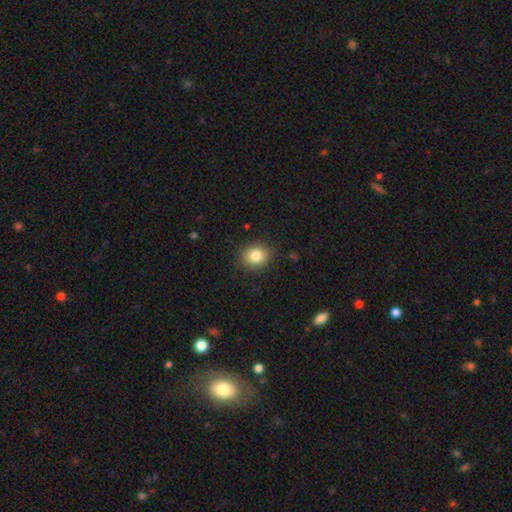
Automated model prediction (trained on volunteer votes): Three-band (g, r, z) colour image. It shows a smooth galaxy with no disk features (83%) that is round (68%). Merging: none (88%).